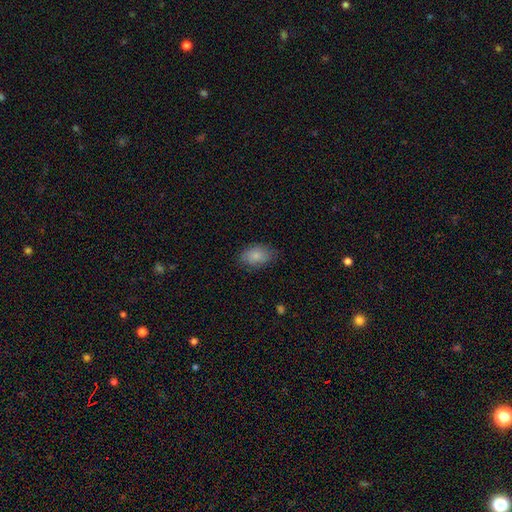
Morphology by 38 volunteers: smooth_or_featured: smooth (p=0.79) [alt: featured or disk p=0.13]
how_rounded: in between (p=0.90) [alt: round p=0.10]
merging: none (p=0.80) [alt: minor disturbance p=0.14]